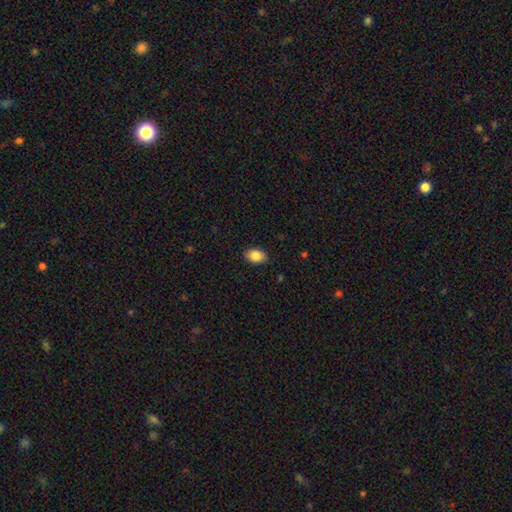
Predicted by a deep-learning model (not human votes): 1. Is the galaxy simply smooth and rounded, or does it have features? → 86% smooth, 8% star or artifact, 6% featured or disk.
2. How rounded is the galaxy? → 84% in between, 15% round, 1% cigar-shaped.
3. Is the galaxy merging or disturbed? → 87% none, 10% minor disturbance, 2% major disturbance, 1% merger.